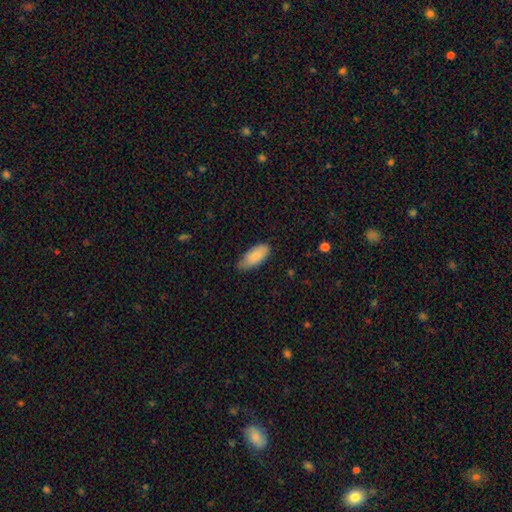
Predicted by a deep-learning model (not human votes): Overall: smooth (86%). How rounded: in between (86%). Merging: none (70%).